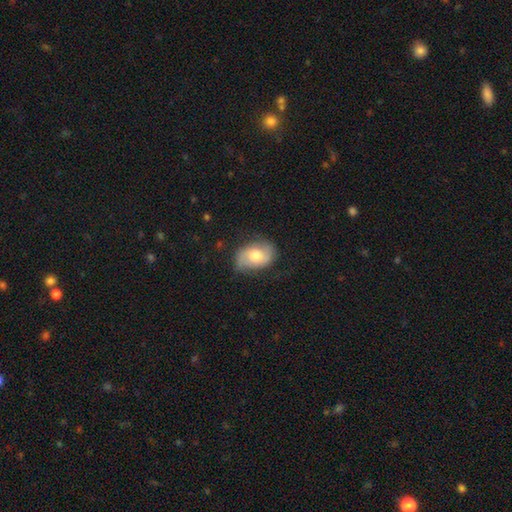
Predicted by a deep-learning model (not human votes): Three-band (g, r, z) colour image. It shows a featured or disk galaxy (50%). Merging: none (70%).